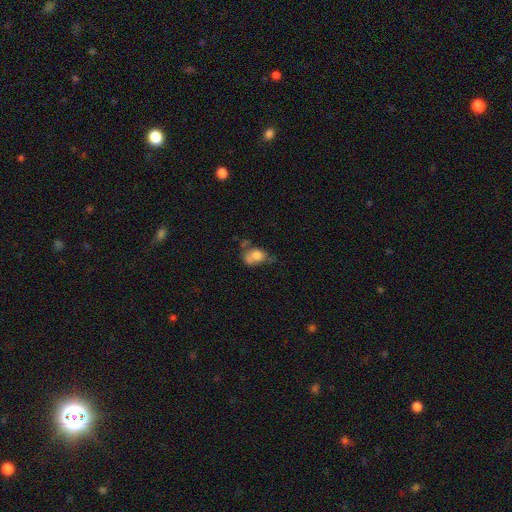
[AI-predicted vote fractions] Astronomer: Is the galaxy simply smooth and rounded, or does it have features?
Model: smooth — 67%.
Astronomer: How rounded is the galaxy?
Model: in between — 66%.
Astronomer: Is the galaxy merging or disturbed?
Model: none — 26% (runner-up: minor disturbance, 25%).